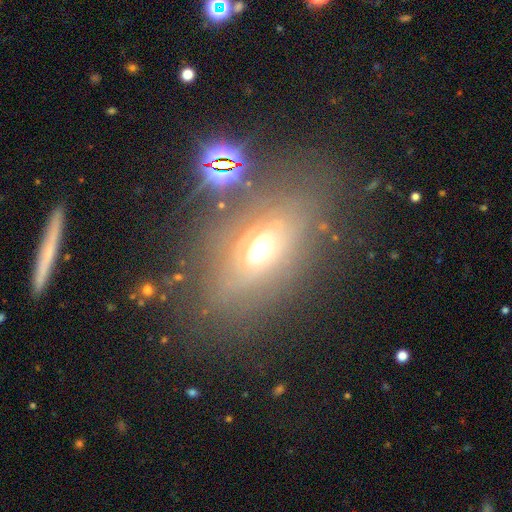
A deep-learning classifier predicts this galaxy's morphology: A featured or disk galaxy (47%). Merging: none (65%).